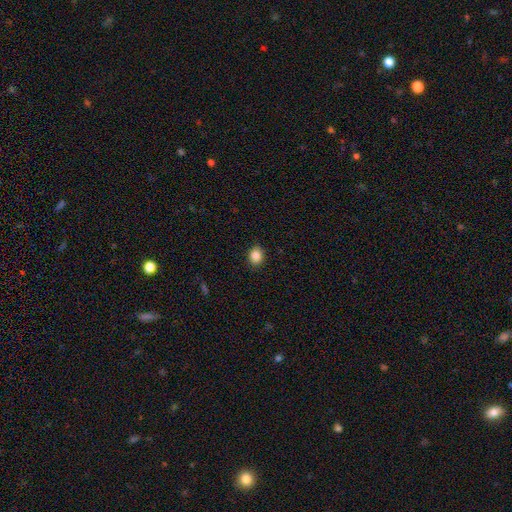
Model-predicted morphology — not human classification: Smooth or featured?
  - smooth: 86% *
  - star or artifact: 10%
  - featured or disk: 4%
How rounded?
  - round: 63% *
  - in between: 36%
  - cigar-shaped: 1%
Merging?
  - none: 90% *
  - minor disturbance: 7%
  - major disturbance: 2%
  - merger: 1%